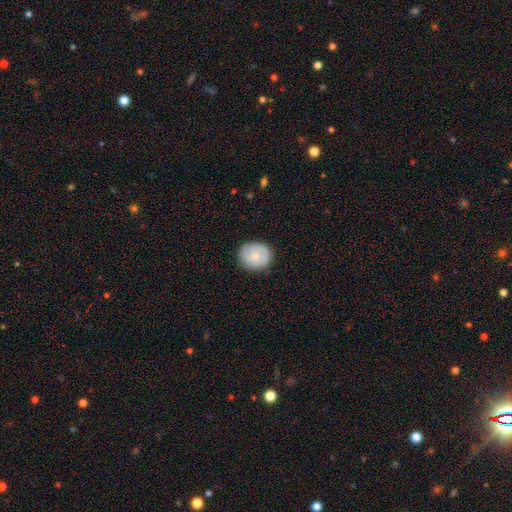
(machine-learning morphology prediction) Smooth or featured? smooth (70%)
How rounded? round (83%)
Merging? none (83%)